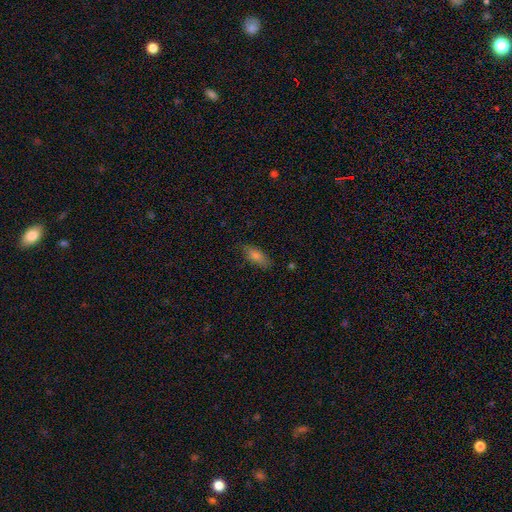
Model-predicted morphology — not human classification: Smooth or featured? smooth (76%)
How rounded? in between (75%)
Merging? none (80%)